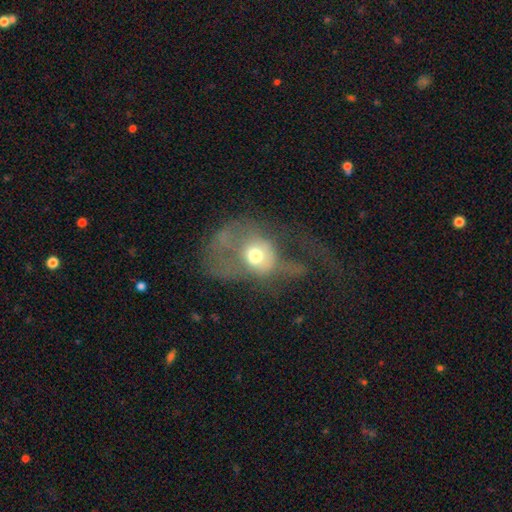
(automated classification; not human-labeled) Overall: smooth (50%; featured or disk 39%). How rounded: round (54%; in between 44%). Merging: major disturbance (70%).